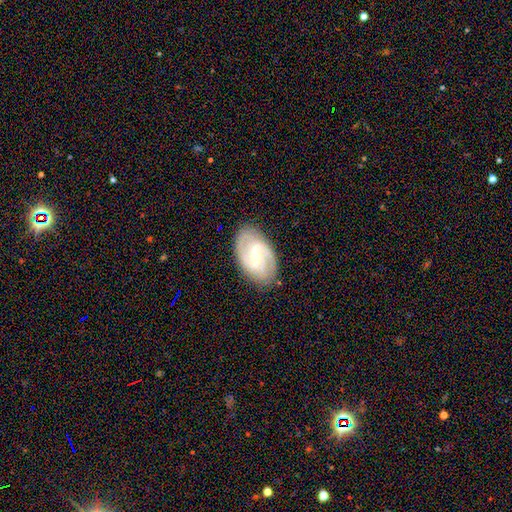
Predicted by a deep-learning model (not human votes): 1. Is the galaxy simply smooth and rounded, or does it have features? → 85% featured or disk, 10% smooth, 5% star or artifact.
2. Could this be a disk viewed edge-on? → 96% no, 4% yes.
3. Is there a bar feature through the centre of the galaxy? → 52% weak, 36% strong, 13% no.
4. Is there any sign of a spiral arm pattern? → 96% yes, 4% no.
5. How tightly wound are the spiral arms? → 46% medium, 34% tight, 19% loose.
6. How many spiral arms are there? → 69% 2, 12% 3, 11% can't tell, 3% 4, 3% 1, 2% more than 4.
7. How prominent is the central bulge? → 60% small, 36% moderate, 2% none, 2% large, 1% dominant.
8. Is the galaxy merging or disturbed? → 83% none, 13% minor disturbance, 3% major disturbance, 1% merger.